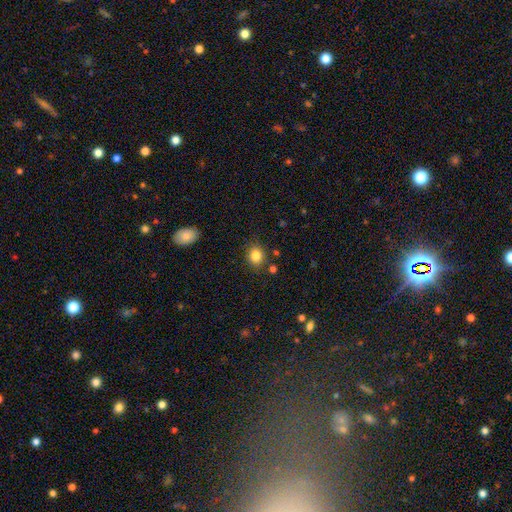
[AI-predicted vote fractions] A smooth galaxy with no disk features (84%) that is round (67%).

Vote fractions:
- Smooth or featured? smooth: 84% / star or artifact: 10% / featured or disk: 6%
- How rounded? round: 67% / in between: 32% / cigar-shaped: 1%
- Merging? none: 81% / minor disturbance: 12% / merger: 4% / major disturbance: 3%